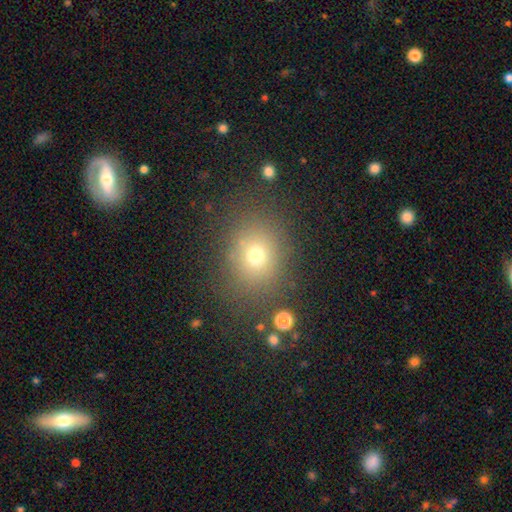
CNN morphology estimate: smooth_or_featured: smooth (p=0.69) [alt: star or artifact p=0.19]
how_rounded: round (p=0.62) [alt: in between p=0.37]
merging: none (p=0.80) [alt: minor disturbance p=0.11]